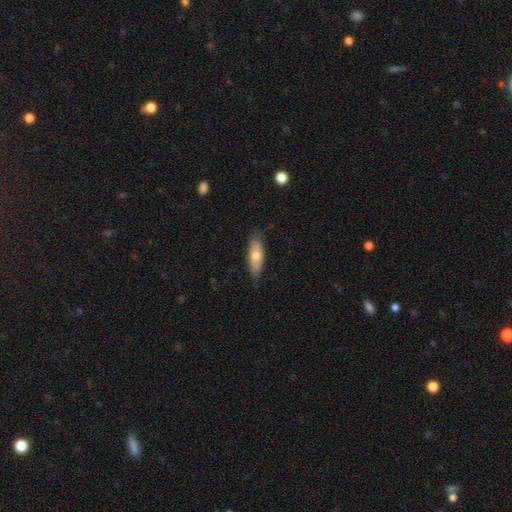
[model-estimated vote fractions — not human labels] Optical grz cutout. It shows a smooth galaxy with no disk features (65%) that is in between round and cigar-shaped (62%). Merging: none (80%).